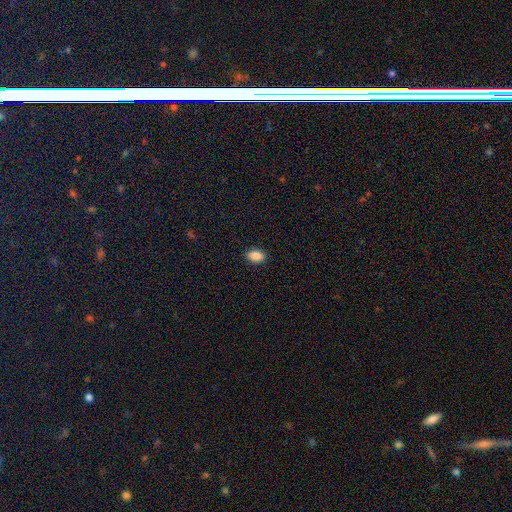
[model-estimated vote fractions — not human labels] Smooth or featured?
  - smooth: 88% *
  - star or artifact: 8%
  - featured or disk: 4%
How rounded?
  - in between: 86% *
  - round: 12%
  - cigar-shaped: 2%
Merging?
  - none: 89% *
  - minor disturbance: 8%
  - major disturbance: 2%
  - merger: 1%